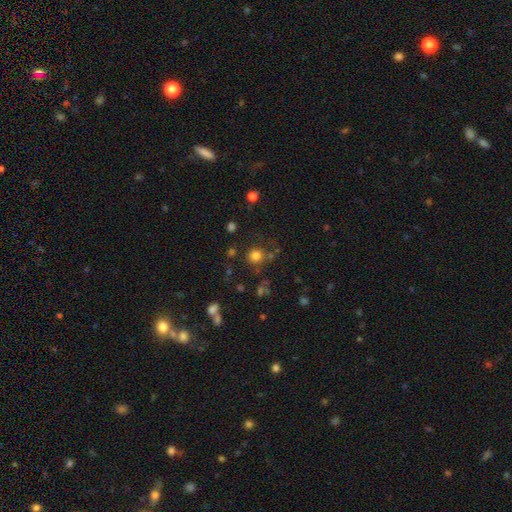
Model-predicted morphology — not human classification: smooth_or_featured: smooth (p=0.78) [alt: star or artifact p=0.16]
how_rounded: round (p=0.91) [alt: in between p=0.08]
merging: none (p=0.77) [alt: minor disturbance p=0.11]